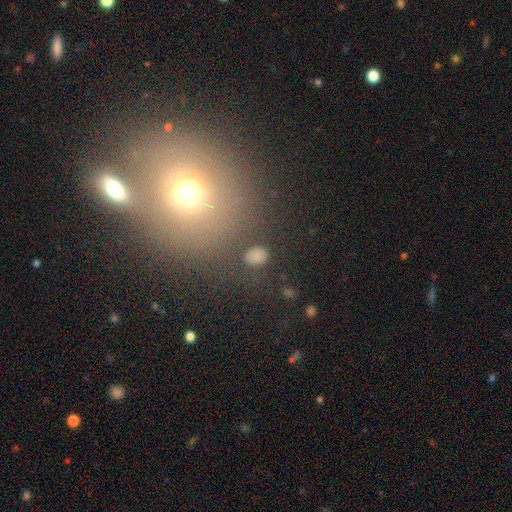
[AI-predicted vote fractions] This is likely a smooth galaxy (68%). How rounded: likely round (60%). Merging: clearly none (82%).